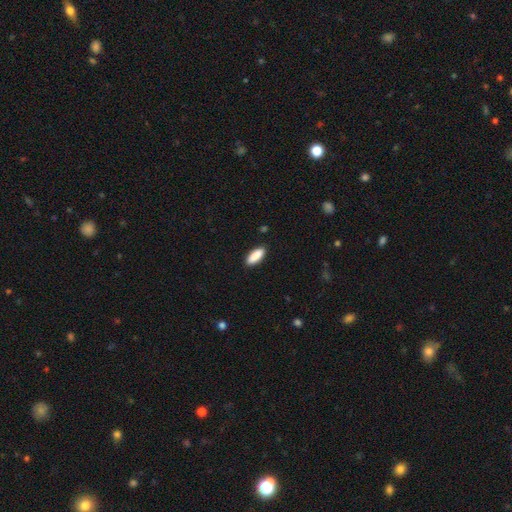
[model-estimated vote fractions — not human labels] Smooth or featured? smooth (89%)
How rounded? in between (71%)
Merging? none (88%)